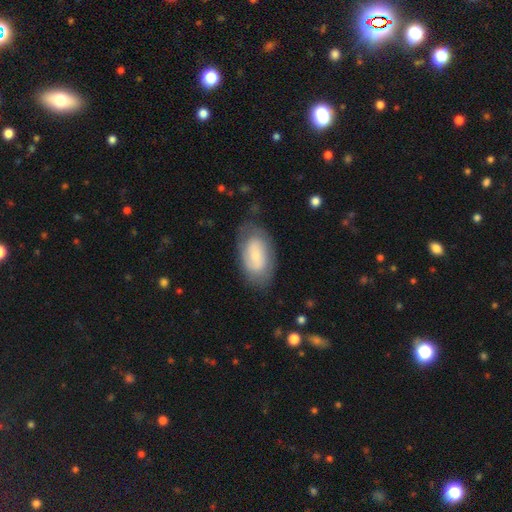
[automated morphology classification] smooth_or_featured: smooth (p=0.53) [alt: featured or disk p=0.40]
how_rounded: in between (p=0.93) [alt: round p=0.04]
merging: none (p=0.70) [alt: minor disturbance p=0.20]